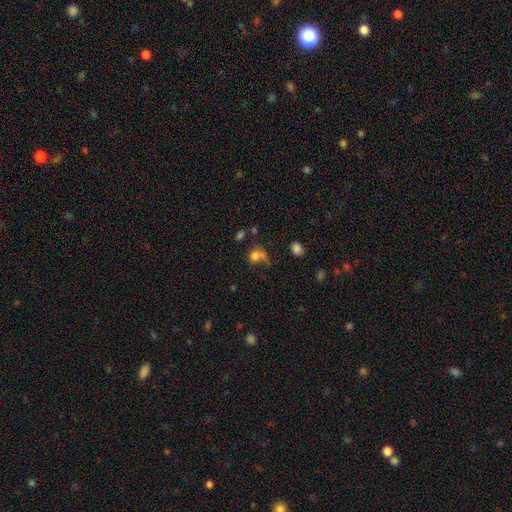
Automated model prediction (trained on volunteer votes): smooth_or_featured: smooth (p=0.73) [alt: star or artifact p=0.15]
how_rounded: round (p=0.67) [alt: in between p=0.31]
merging: none (p=0.38) [alt: merger p=0.32]